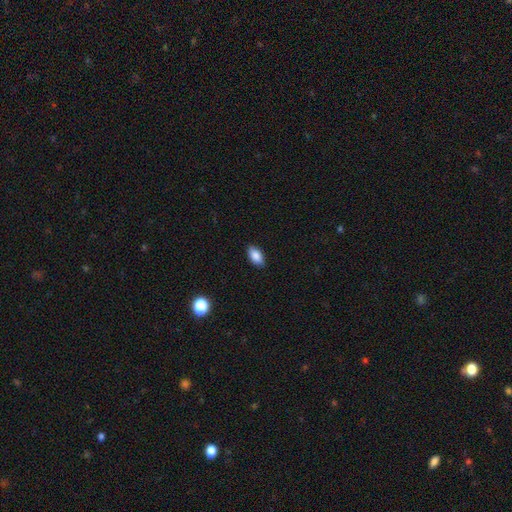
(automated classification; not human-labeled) A smooth galaxy with no disk features (86%) that is in between round and cigar-shaped (92%). Merging: none (88%).